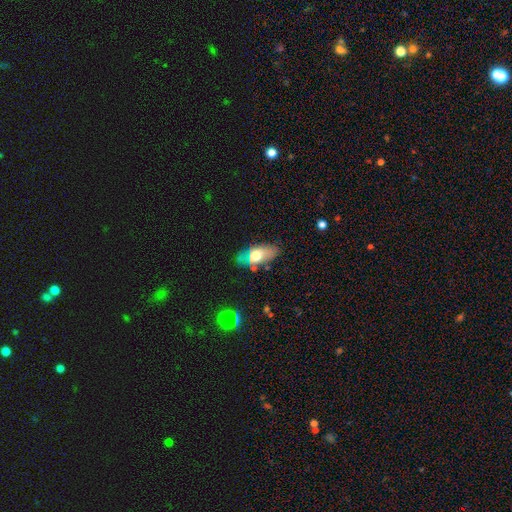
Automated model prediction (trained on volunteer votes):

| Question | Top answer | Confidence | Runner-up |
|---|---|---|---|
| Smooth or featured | smooth | 62% | featured or disk (29%) |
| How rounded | in between | 87% | cigar-shaped (8%) |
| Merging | none | 57% | minor disturbance (28%) |